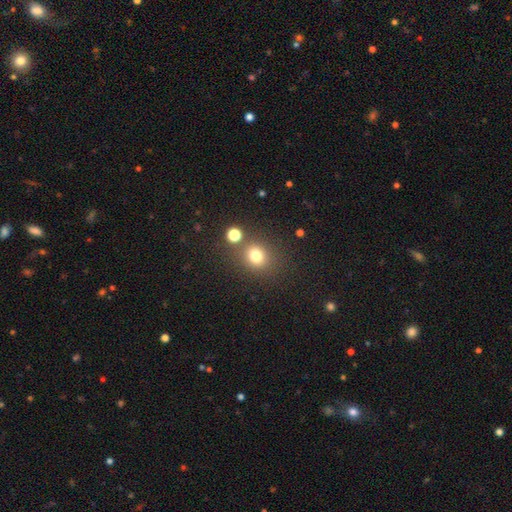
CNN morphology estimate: smooth_or_featured: smooth (p=0.76) [alt: star or artifact p=0.17]
how_rounded: round (p=0.78) [alt: in between p=0.21]
merging: none (p=0.76) [alt: minor disturbance p=0.10]